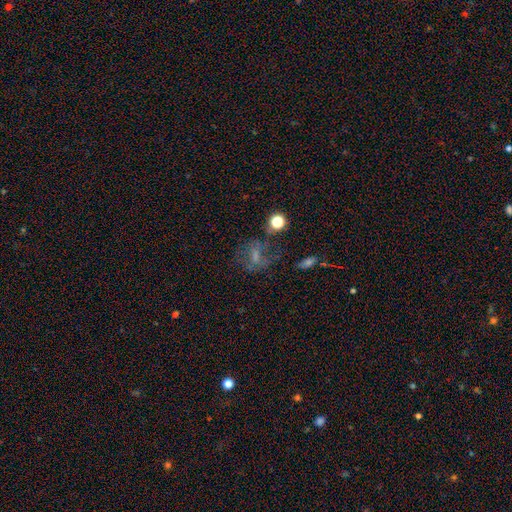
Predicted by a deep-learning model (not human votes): smooth_or_featured: smooth (p=0.41) [alt: featured or disk p=0.36]
merging: none (p=0.44) [alt: major disturbance p=0.29]